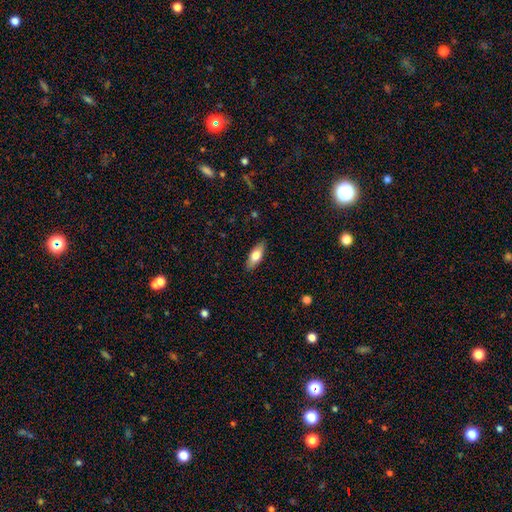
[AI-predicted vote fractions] Smooth or featured? Predicted: smooth (p=0.73). How rounded? Predicted: in between (p=0.74). Merging? Predicted: none (p=0.88).